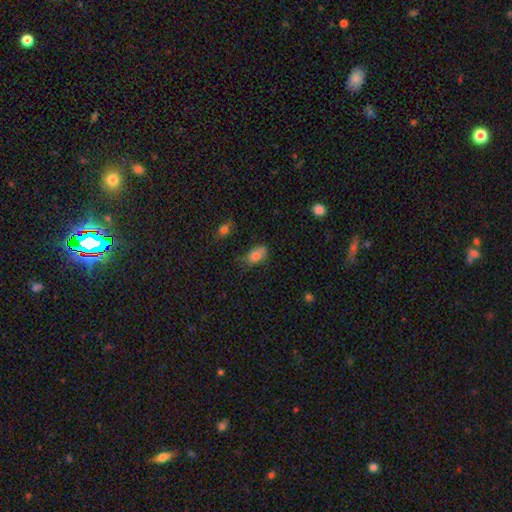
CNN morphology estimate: A smooth galaxy with no disk features (80%) that is in between round and cigar-shaped (88%).

Vote fractions:
- Smooth or featured? smooth: 80% / featured or disk: 11% / star or artifact: 10%
- How rounded? in between: 88% / round: 7% / cigar-shaped: 5%
- Merging? none: 50% / minor disturbance: 34% / major disturbance: 12% / merger: 4%